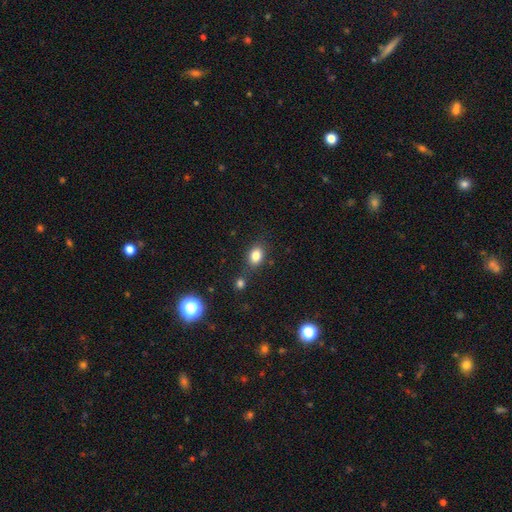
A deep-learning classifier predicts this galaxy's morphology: Smooth or featured? Predicted: smooth (p=0.83). How rounded? Predicted: in between (p=0.65). Merging? Predicted: none (p=0.72).